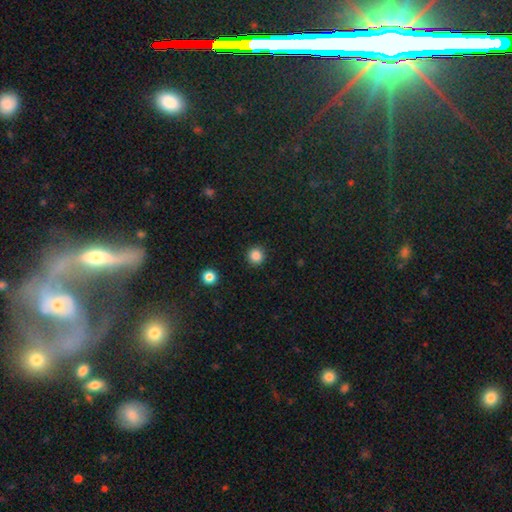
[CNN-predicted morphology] Smooth or featured? smooth (85%)
How rounded? round (94%)
Merging? none (92%)